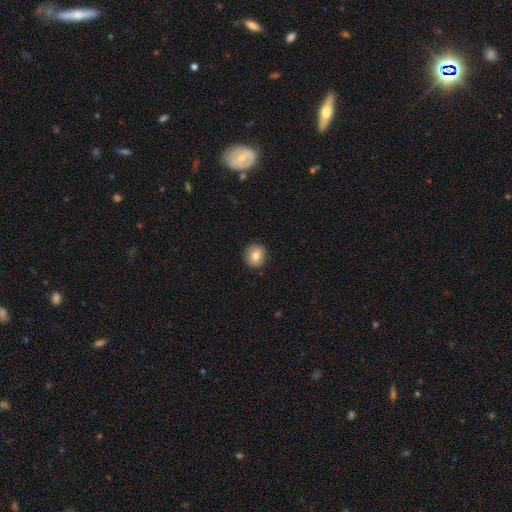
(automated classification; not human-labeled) Morphology: type=smooth (81%); roundness=round (91%); merging=none (91%).